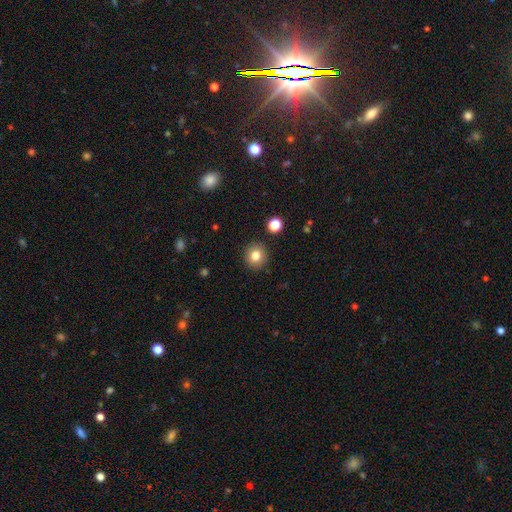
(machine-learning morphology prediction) smooth_or_featured: smooth (p=0.80) [alt: star or artifact p=0.11]
how_rounded: round (p=0.88) [alt: in between p=0.11]
merging: none (p=0.90) [alt: minor disturbance p=0.06]